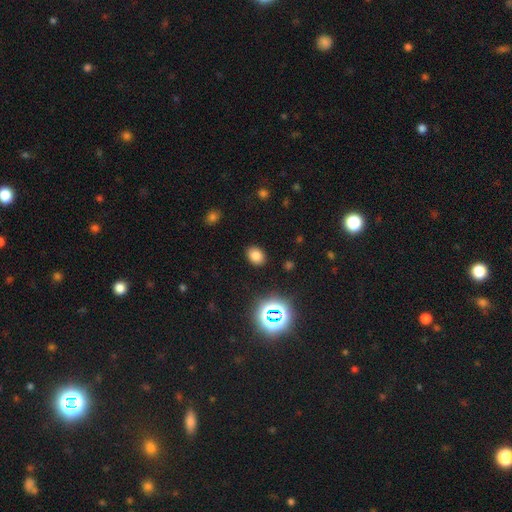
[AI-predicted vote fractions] smooth_or_featured: smooth (p=0.75) [alt: star or artifact p=0.17]
how_rounded: in between (p=0.65) [alt: round p=0.34]
merging: none (p=0.88) [alt: minor disturbance p=0.08]